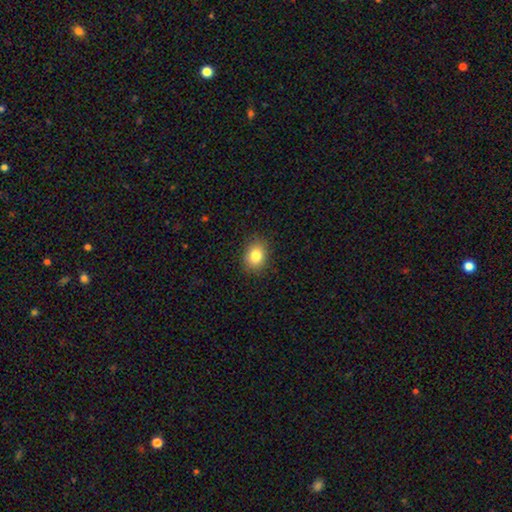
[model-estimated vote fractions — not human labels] Smooth or featured: smooth — 83% (star or artifact — 10%)
How rounded: in between — 54% (round — 45%)
Merging: none — 88% (minor disturbance — 9%)